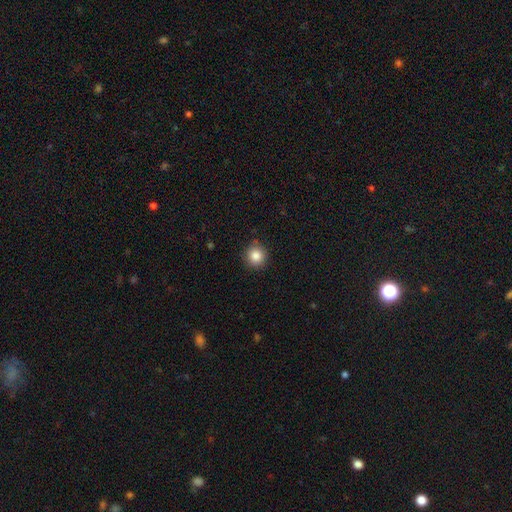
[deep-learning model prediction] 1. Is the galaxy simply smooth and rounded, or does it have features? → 85% smooth, 10% star or artifact, 5% featured or disk.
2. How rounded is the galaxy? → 93% round, 6% in between, 1% cigar-shaped.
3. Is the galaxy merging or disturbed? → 88% none, 8% minor disturbance, 2% major disturbance, 1% merger.